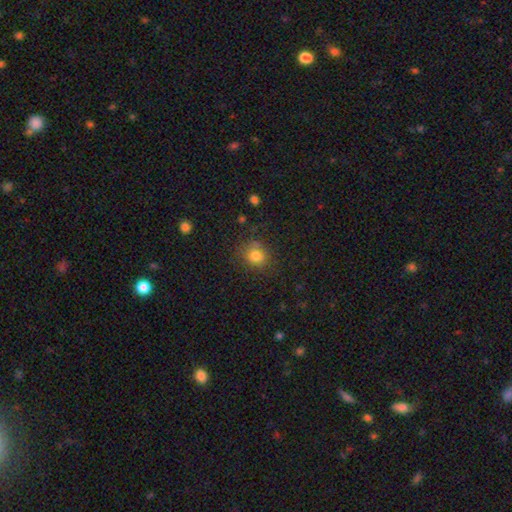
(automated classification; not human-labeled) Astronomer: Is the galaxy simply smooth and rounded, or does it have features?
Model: smooth — 80%.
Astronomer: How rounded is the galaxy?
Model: round — 80%.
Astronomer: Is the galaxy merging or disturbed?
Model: none — 77%.